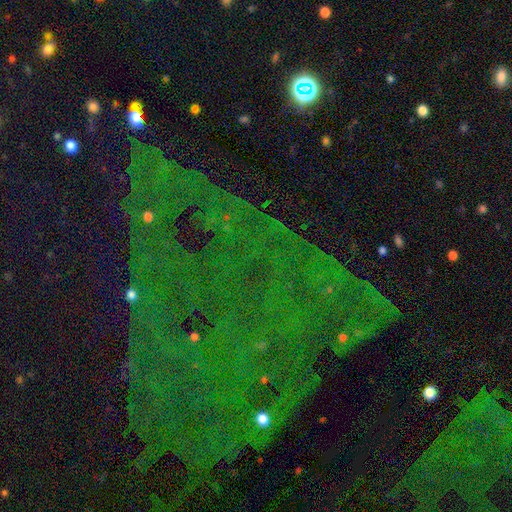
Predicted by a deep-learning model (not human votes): Smooth or featured: star or artifact — 80% (smooth — 10%)